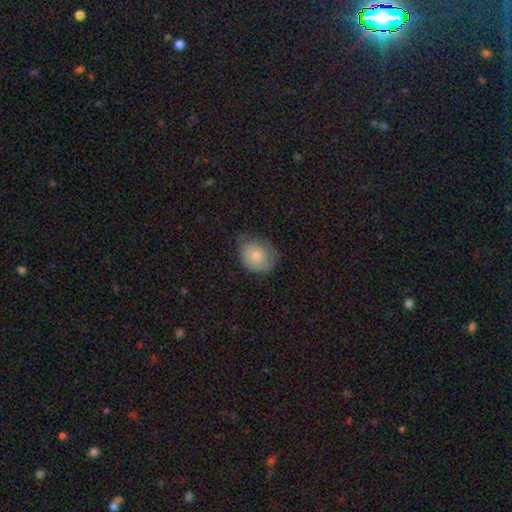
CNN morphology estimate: The model was most divided on "merging": none: 52%, minor disturbance: 36%, major disturbance: 10%, merger: 1%. More confident: smooth or featured — smooth (75%); how rounded — round (63%).